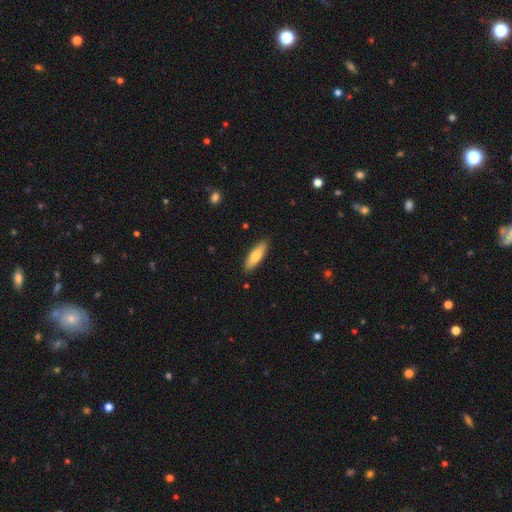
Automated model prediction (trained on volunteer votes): A smooth galaxy with no disk features (72%) that is cigar-shaped (52%). Merging: none (88%).